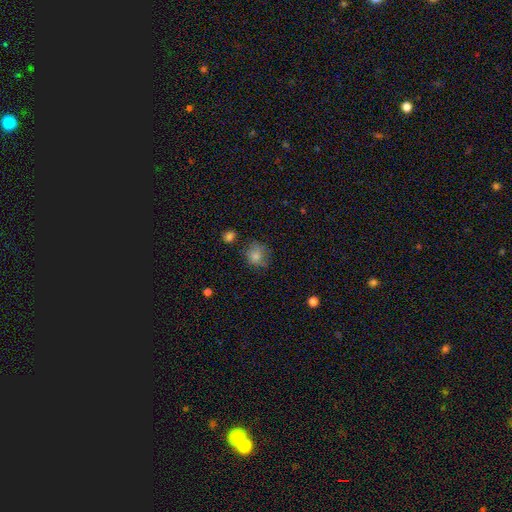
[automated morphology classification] type=smooth (78%); roundness=round (72%); merging=none (61%).